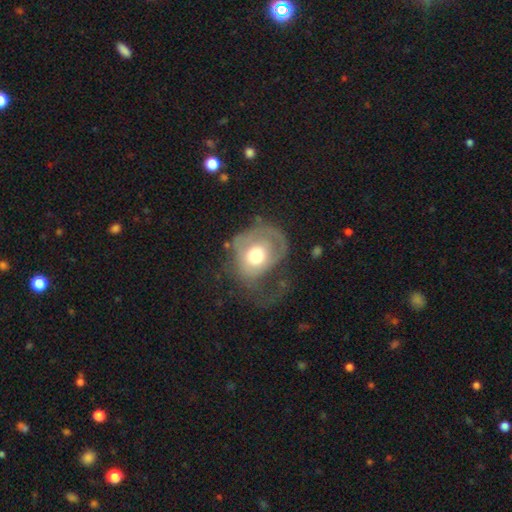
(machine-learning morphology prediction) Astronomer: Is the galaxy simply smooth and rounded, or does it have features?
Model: featured or disk — 49% (runner-up: smooth, 43%).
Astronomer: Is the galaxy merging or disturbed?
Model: major disturbance — 49% (runner-up: none, 25%).